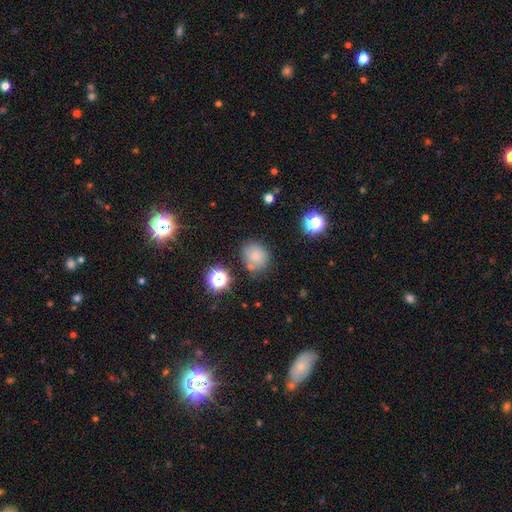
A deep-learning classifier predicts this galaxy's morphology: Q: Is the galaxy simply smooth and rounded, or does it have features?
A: smooth — 75%.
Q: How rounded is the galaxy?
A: round — 77%.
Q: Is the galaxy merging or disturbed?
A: none — 70%.